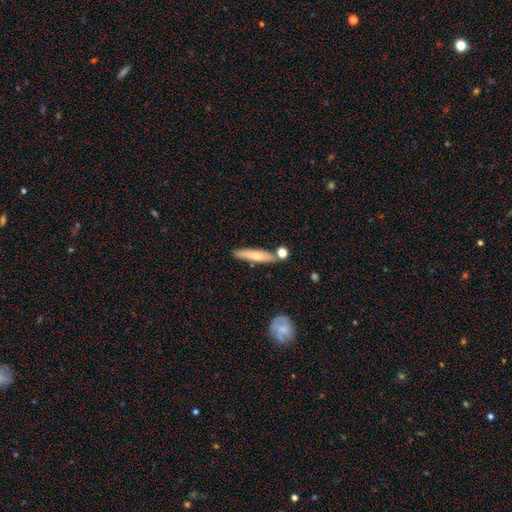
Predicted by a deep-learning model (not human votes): The model was most divided on "smooth or featured": smooth: 68%, featured or disk: 26%, star or artifact: 6%. More confident: how rounded — cigar-shaped (85%); merging — none (73%).